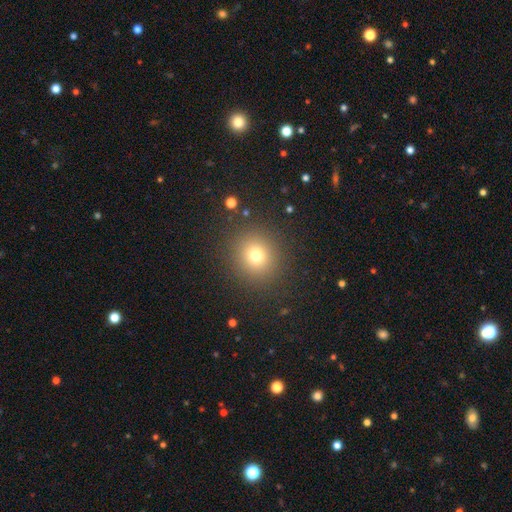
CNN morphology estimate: smooth-or-featured: smooth: 75% | star or artifact: 17% | featured or disk: 9%
  how-rounded: round: 89% | in between: 10% | cigar-shaped: 1%
  merging: none: 89% | minor disturbance: 6% | major disturbance: 3% | merger: 1%